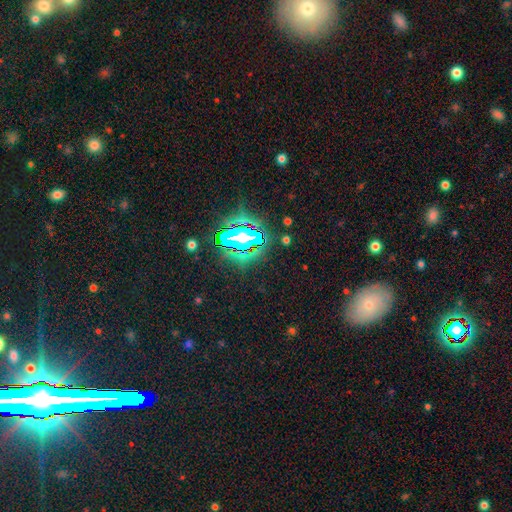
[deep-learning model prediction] Overall: star or artifact (69%).